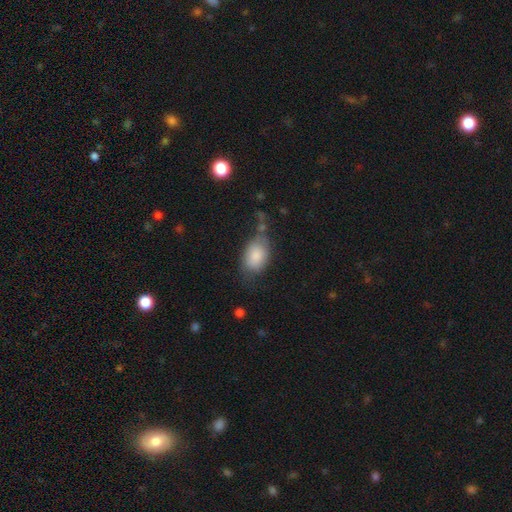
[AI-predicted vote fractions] This is clearly a smooth galaxy (83%). How rounded: clearly in between (88%). Merging: possibly none (48%).